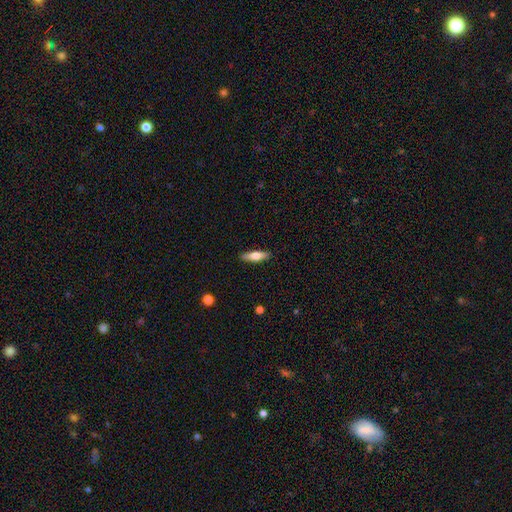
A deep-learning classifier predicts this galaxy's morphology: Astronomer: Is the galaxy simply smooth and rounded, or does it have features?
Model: smooth — 60%.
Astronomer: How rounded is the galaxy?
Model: cigar-shaped — 59% (runner-up: in between, 38%).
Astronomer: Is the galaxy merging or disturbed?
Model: none — 90%.